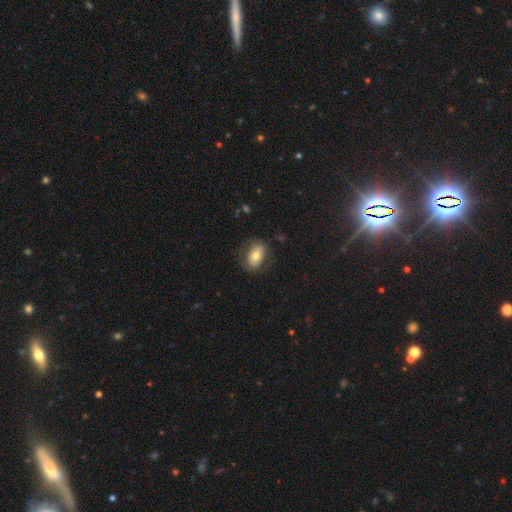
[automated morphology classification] Smooth or featured? smooth (67%)
How rounded? in between (85%)
Merging? none (74%)